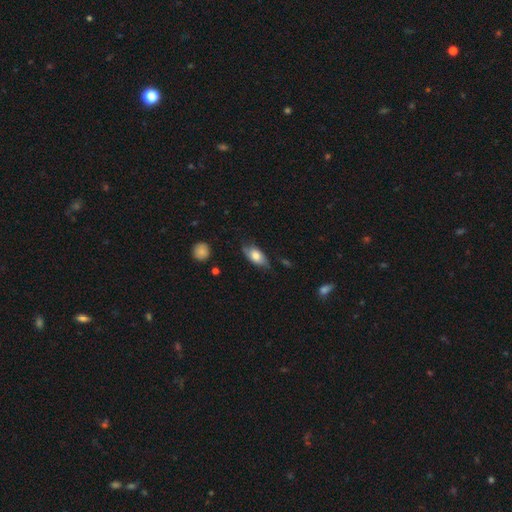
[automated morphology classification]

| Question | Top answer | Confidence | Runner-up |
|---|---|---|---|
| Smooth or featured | smooth | 65% | featured or disk (29%) |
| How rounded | in between | 87% | cigar-shaped (8%) |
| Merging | none | 64% | minor disturbance (28%) |